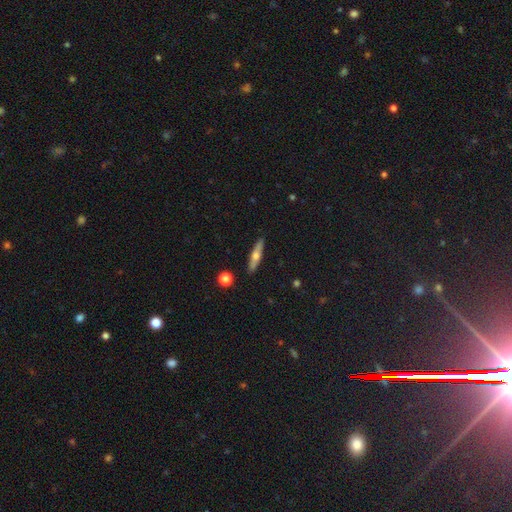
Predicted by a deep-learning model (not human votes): This appears to be a featured or disk galaxy (49%). Merging: none (89%).